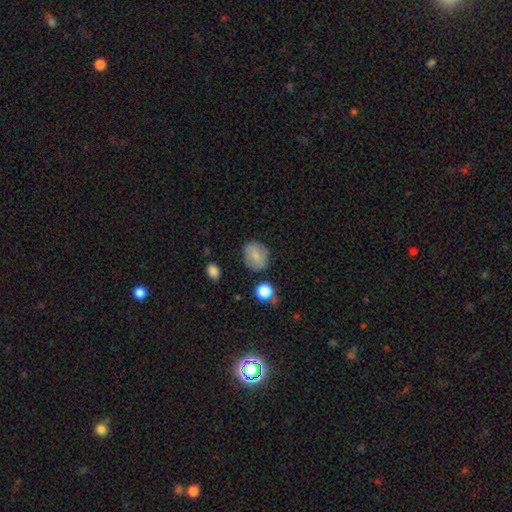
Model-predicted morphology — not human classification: smooth_or_featured: smooth (p=0.76) [alt: featured or disk p=0.15]
how_rounded: round (p=0.68) [alt: in between p=0.31]
merging: none (p=0.78) [alt: minor disturbance p=0.15]